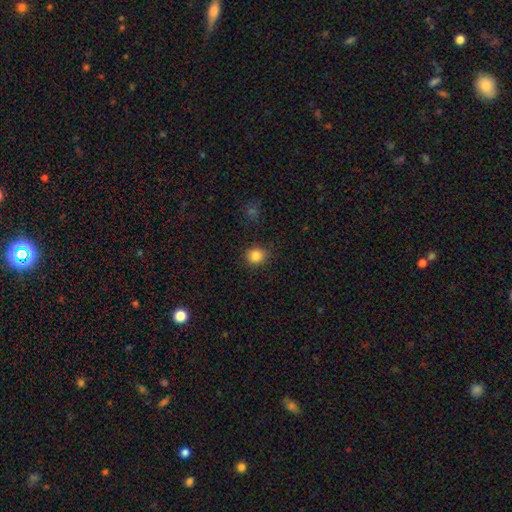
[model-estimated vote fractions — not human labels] Smooth or featured? smooth (84%)
How rounded? round (80%)
Merging? none (83%)